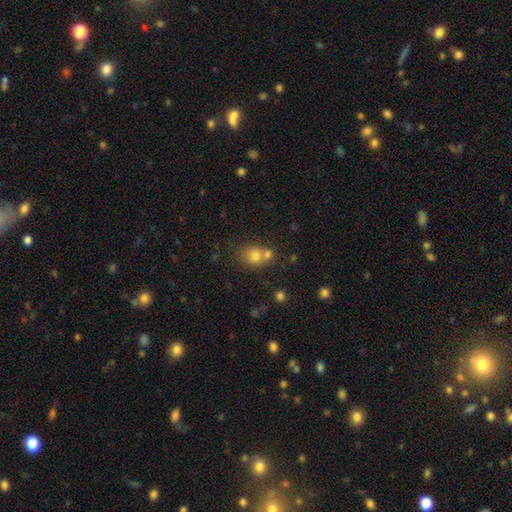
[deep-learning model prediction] Q: Smooth or featured?
A: smooth (76%); runner-up: star or artifact (13%)
Q: How rounded?
A: round (64%); runner-up: in between (35%)
Q: Merging?
A: none (44%); runner-up: merger (42%)